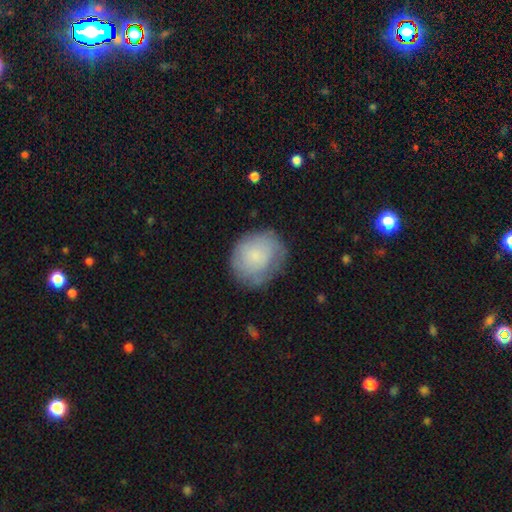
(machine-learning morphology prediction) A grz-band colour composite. It shows a smooth galaxy with no disk features (66%) that is round (71%). Merging: none (64%).